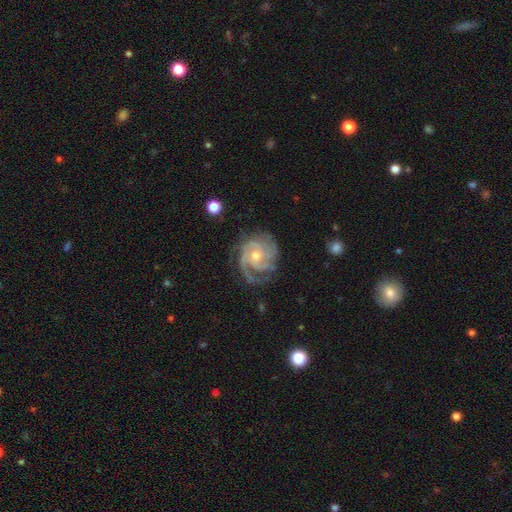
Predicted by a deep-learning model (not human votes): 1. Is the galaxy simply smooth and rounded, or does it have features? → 91% featured or disk, 5% star or artifact, 4% smooth.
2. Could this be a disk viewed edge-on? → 98% no, 2% yes.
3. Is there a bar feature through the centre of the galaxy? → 71% no, 23% weak, 5% strong.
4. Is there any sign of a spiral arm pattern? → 98% yes, 2% no.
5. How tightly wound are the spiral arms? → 66% tight, 29% medium, 4% loose.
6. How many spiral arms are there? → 47% 3, 15% 2, 13% 4, 12% can't tell, 6% more than 4, 6% 1.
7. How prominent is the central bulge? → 52% small, 44% moderate, 1% large, 1% none, 1% dominant.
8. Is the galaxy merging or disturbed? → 74% none, 18% minor disturbance, 7% major disturbance, 1% merger.